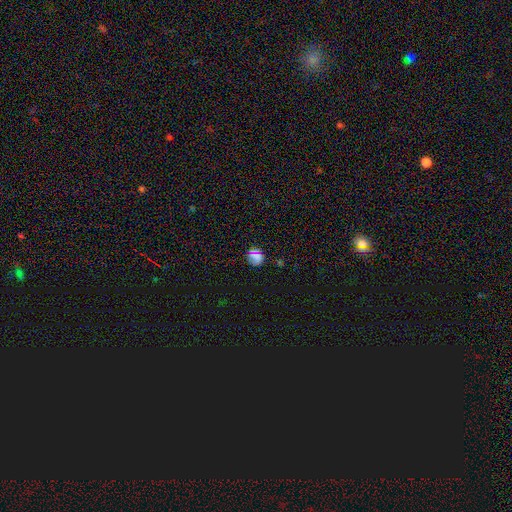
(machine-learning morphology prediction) A smooth galaxy with no disk features (59%) that is round (88%). Merging: none (84%).